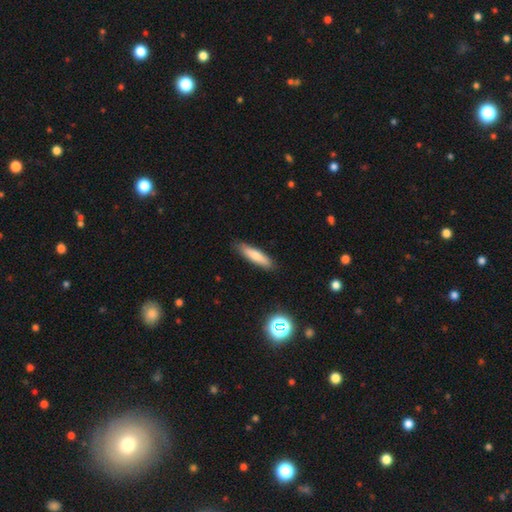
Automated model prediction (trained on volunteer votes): Morphology: type=smooth (76%); roundness=cigar-shaped (77%); merging=none (86%).